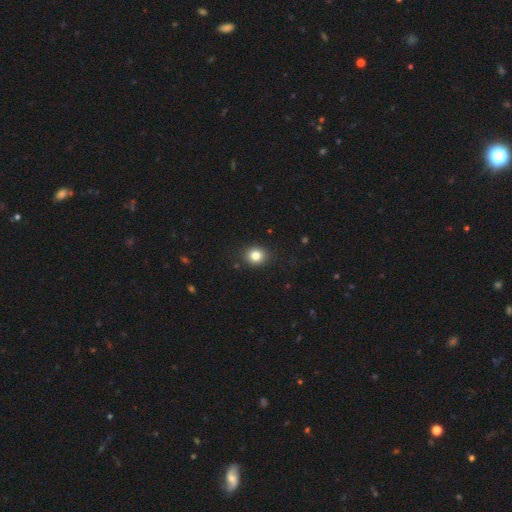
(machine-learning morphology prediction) type=smooth (81%); roundness=round (78%); merging=none (89%).